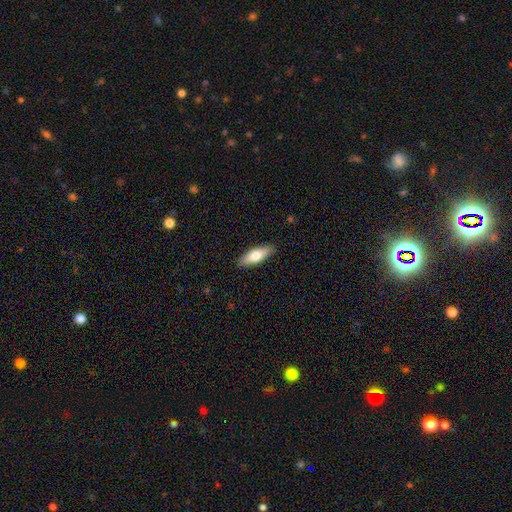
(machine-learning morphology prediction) A smooth galaxy with no disk features (69%) that is in between round and cigar-shaped (56%).

Vote fractions:
- Smooth or featured? smooth: 69% / featured or disk: 25% / star or artifact: 6%
- How rounded? in between: 56% / cigar-shaped: 41% / round: 2%
- Merging? none: 88% / minor disturbance: 9% / major disturbance: 2% / merger: 1%